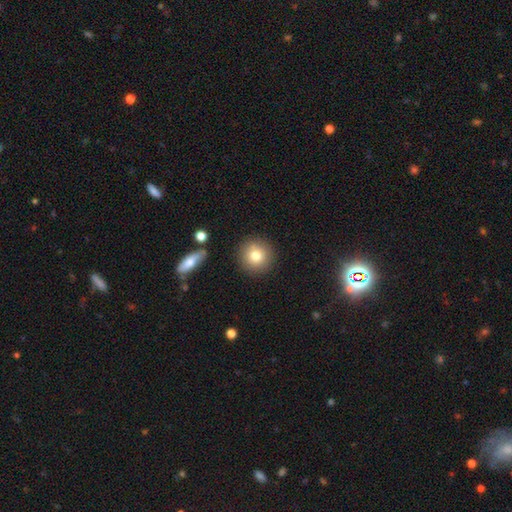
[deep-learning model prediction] Smooth or featured? Predicted: smooth (p=0.79). How rounded? Predicted: round (p=0.94). Merging? Predicted: none (p=0.86).